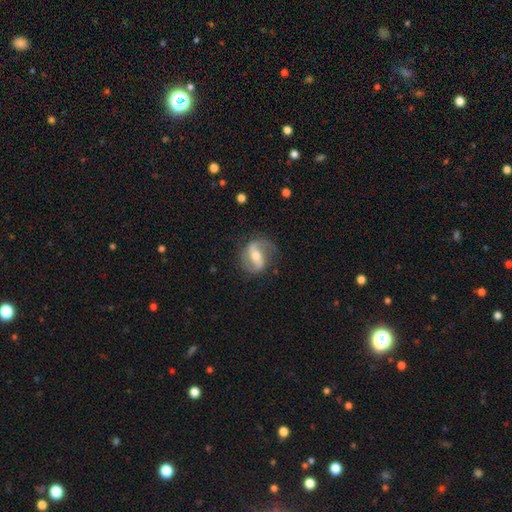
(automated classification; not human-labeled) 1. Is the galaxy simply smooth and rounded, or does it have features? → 80% featured or disk, 14% smooth, 6% star or artifact.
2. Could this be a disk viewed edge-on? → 96% no, 4% yes.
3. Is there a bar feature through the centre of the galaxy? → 46% strong, 35% weak, 19% no.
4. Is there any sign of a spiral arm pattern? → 90% yes, 10% no.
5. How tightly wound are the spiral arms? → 45% loose, 41% medium, 15% tight.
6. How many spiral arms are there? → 87% 2, 6% 1, 5% can't tell, 1% 3, 1% 4, 1% more than 4.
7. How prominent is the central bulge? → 62% moderate, 31% small, 4% large, 1% none, 1% dominant.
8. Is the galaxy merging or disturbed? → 73% none, 17% minor disturbance, 9% major disturbance, 2% merger.